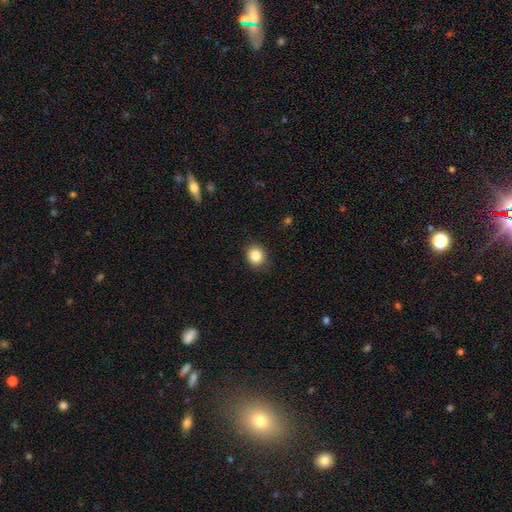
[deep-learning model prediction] Overall: smooth (85%). How rounded: round (76%). Merging: none (87%).